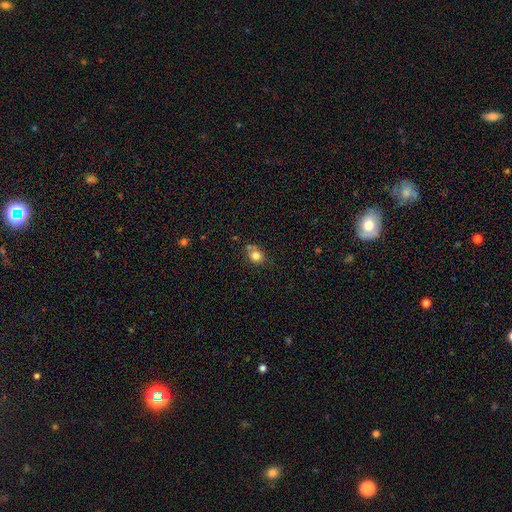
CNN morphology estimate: smooth-or-featured: smooth: 80% | star or artifact: 12% | featured or disk: 8%
  how-rounded: round: 71% | in between: 28% | cigar-shaped: 1%
  merging: none: 64% | minor disturbance: 18% | merger: 13% | major disturbance: 5%